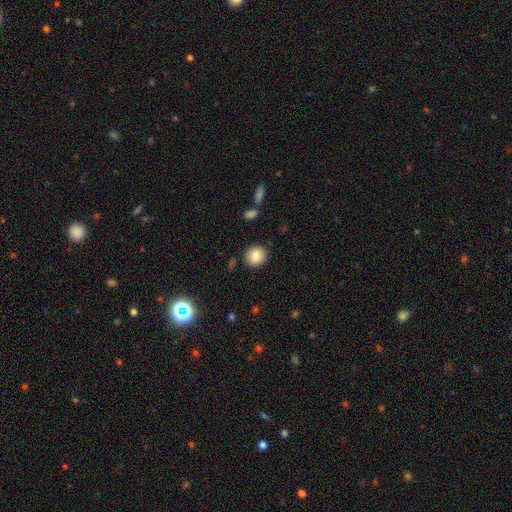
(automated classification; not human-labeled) A smooth galaxy with no disk features (83%) that is round (82%).

Vote fractions:
- Smooth or featured? smooth: 83% / star or artifact: 9% / featured or disk: 8%
- How rounded? round: 82% / in between: 17% / cigar-shaped: 1%
- Merging? none: 89% / minor disturbance: 8% / major disturbance: 2% / merger: 2%